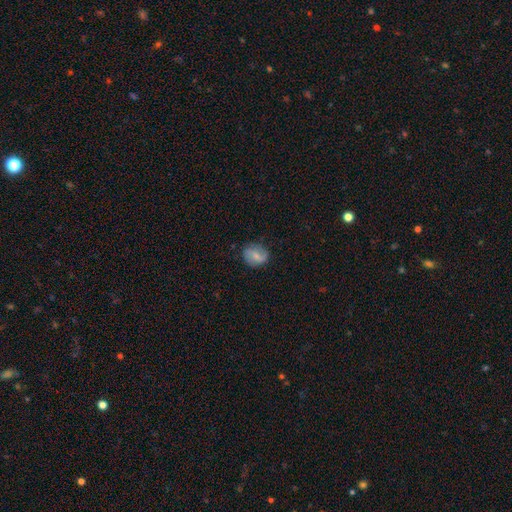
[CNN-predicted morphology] A smooth galaxy with no disk features (51%) that is round (51%).

Vote fractions:
- Smooth or featured? smooth: 51% / featured or disk: 42% / star or artifact: 8%
- How rounded? round: 51% / in between: 47% / cigar-shaped: 2%
- Merging? none: 75% / minor disturbance: 19% / major disturbance: 5% / merger: 1%